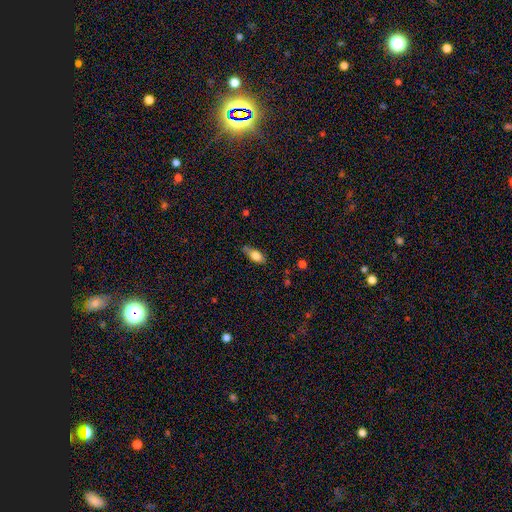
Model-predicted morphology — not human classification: smooth-or-featured: smooth: 78% | featured or disk: 15% | star or artifact: 8%
  how-rounded: in between: 82% | cigar-shaped: 15% | round: 4%
  merging: none: 60% | minor disturbance: 29% | major disturbance: 6% | merger: 4%